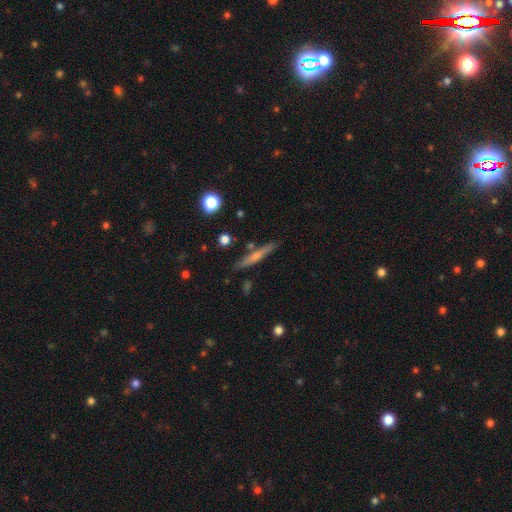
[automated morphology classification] smooth-or-featured: smooth: 47% | featured or disk: 46% | star or artifact: 7%
  merging: none: 83% | minor disturbance: 10% | merger: 4% | major disturbance: 2%